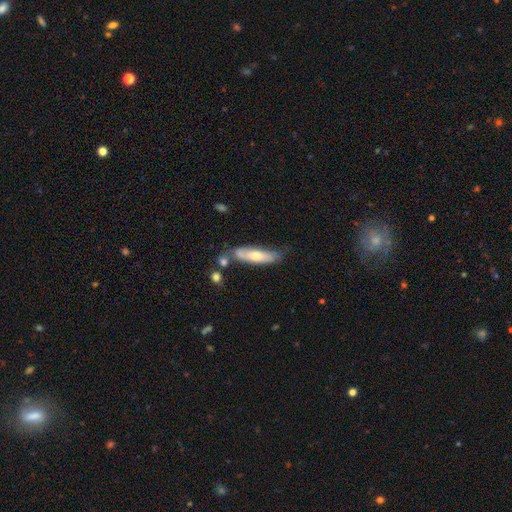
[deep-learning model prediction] Smooth or featured? smooth (56%)
How rounded? cigar-shaped (61%)
Merging? none (52%)